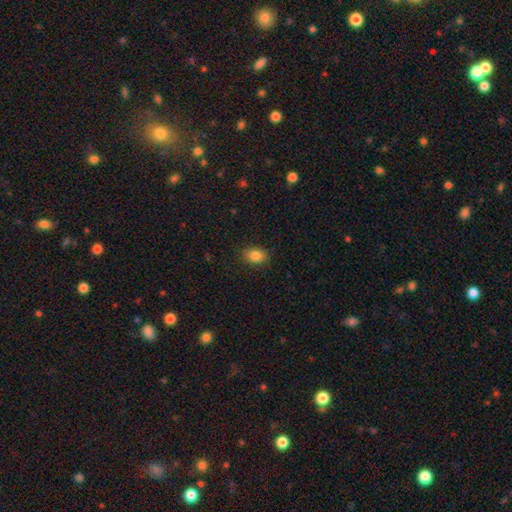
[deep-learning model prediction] A smooth galaxy with no disk features (85%) that is in between round and cigar-shaped (69%).

Vote fractions:
- Smooth or featured? smooth: 85% / star or artifact: 10% / featured or disk: 5%
- How rounded? in between: 69% / round: 29% / cigar-shaped: 1%
- Merging? none: 87% / minor disturbance: 10% / major disturbance: 3% / merger: 1%